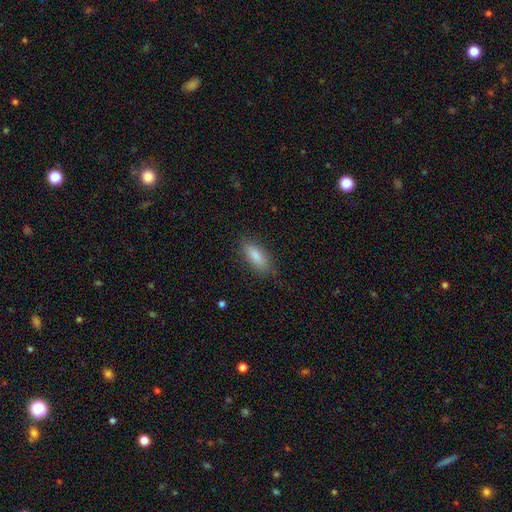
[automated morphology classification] Smooth or featured: smooth — 85% (featured or disk — 8%)
How rounded: in between — 74% (cigar-shaped — 24%)
Merging: none — 81% (minor disturbance — 14%)